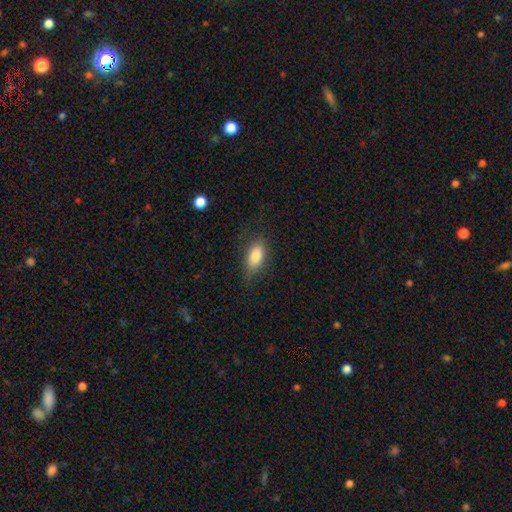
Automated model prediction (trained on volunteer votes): This is clearly a smooth galaxy (81%). How rounded: clearly in between (84%). Merging: likely none (74%).